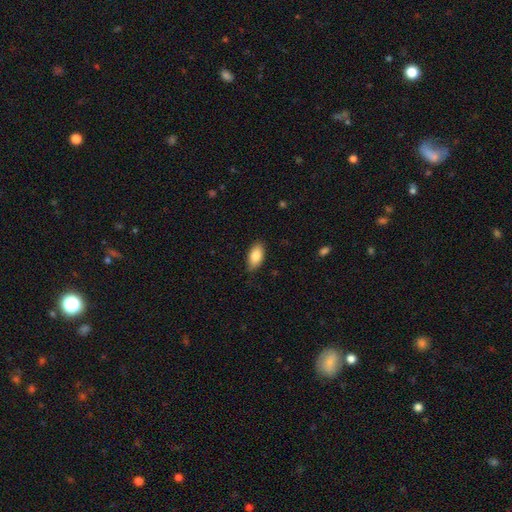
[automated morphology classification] smooth_or_featured: smooth (p=0.85) [alt: featured or disk p=0.09]
how_rounded: in between (p=0.92) [alt: cigar-shaped p=0.05]
merging: none (p=0.82) [alt: minor disturbance p=0.15]